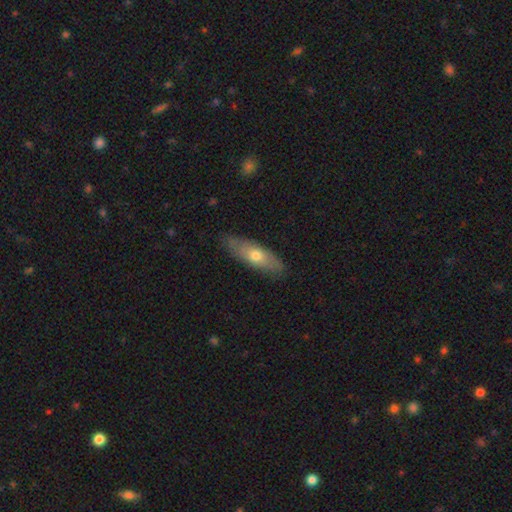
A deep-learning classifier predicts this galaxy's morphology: This is possibly a smooth galaxy (58%). How rounded: possibly in between (55%). Merging: likely none (78%).